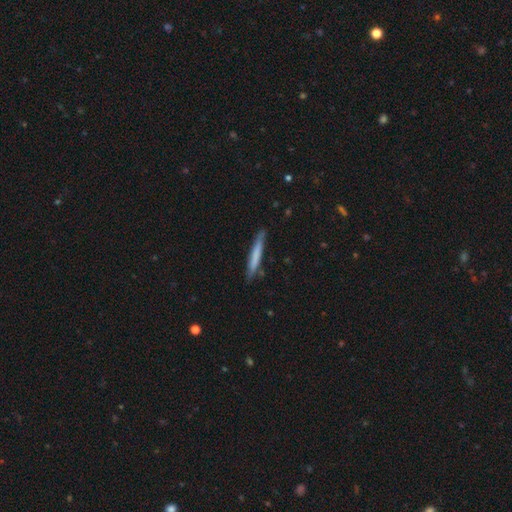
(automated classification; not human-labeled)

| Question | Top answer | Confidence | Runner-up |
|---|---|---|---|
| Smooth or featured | smooth | 64% | featured or disk (31%) |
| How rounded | cigar-shaped | 96% | in between (3%) |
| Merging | none | 81% | minor disturbance (14%) |